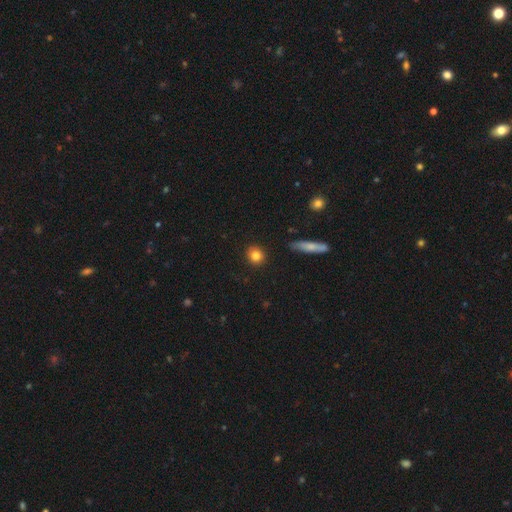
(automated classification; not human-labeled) A smooth galaxy with no disk features (83%) that is round (81%).

Vote fractions:
- Smooth or featured? smooth: 83% / star or artifact: 9% / featured or disk: 8%
- How rounded? round: 81% / in between: 17% / cigar-shaped: 2%
- Merging? none: 89% / minor disturbance: 7% / major disturbance: 2% / merger: 1%